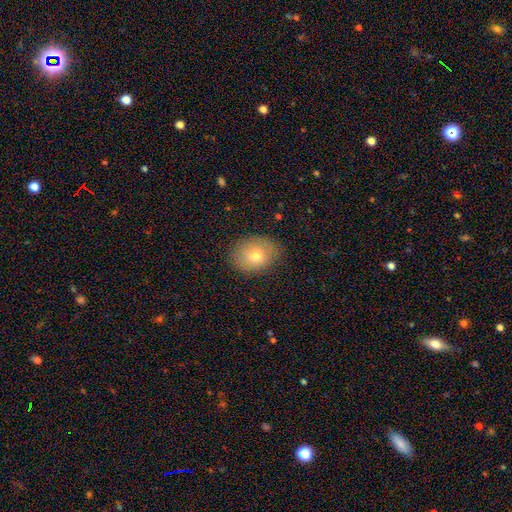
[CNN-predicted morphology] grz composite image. It shows a smooth galaxy with no disk features (74%) that is in between round and cigar-shaped (63%). Merging: none (83%).